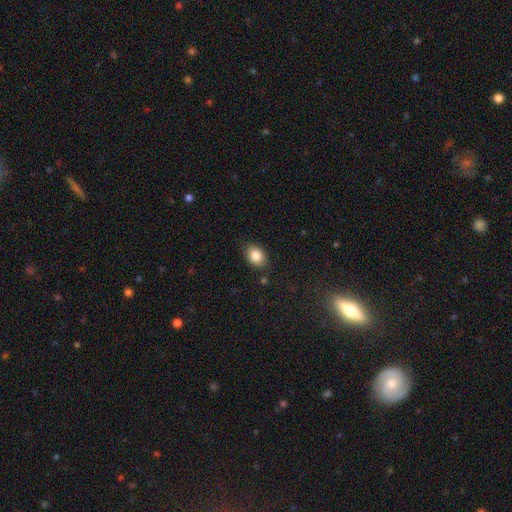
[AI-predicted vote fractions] This appears to be a smooth galaxy with no disk features (85%) that is in between round and cigar-shaped (71%). Merging: none (82%).